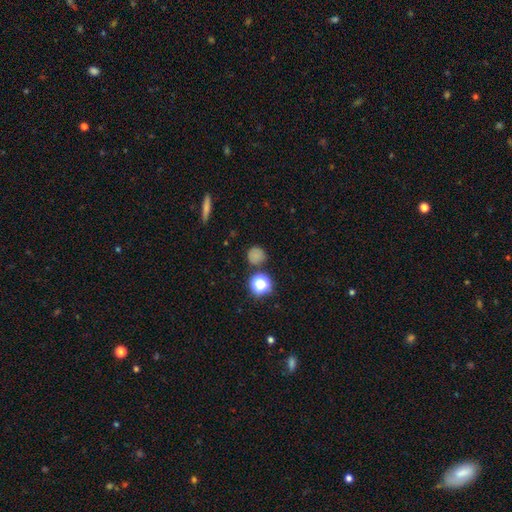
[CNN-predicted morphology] Smooth or featured? Predicted: smooth (p=0.74). How rounded? Predicted: round (p=0.91). Merging? Predicted: none (p=0.80).